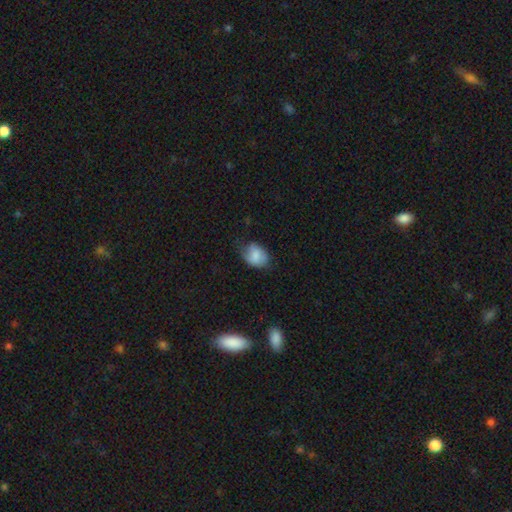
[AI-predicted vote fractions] Smooth or featured? smooth (77%)
How rounded? in between (66%)
Merging? none (46%)